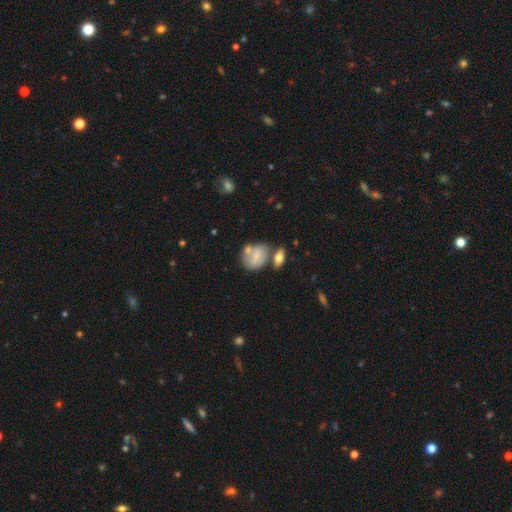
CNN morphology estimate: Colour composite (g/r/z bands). It shows a smooth galaxy with no disk features (61%) that is round (50%). Merging: none (40%).